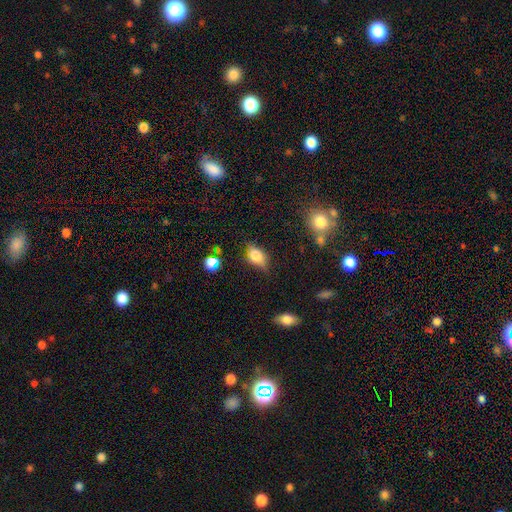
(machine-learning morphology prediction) Smooth or featured? Predicted: smooth (p=0.63). How rounded? Predicted: in between (p=0.82). Merging? Predicted: none (p=0.66).